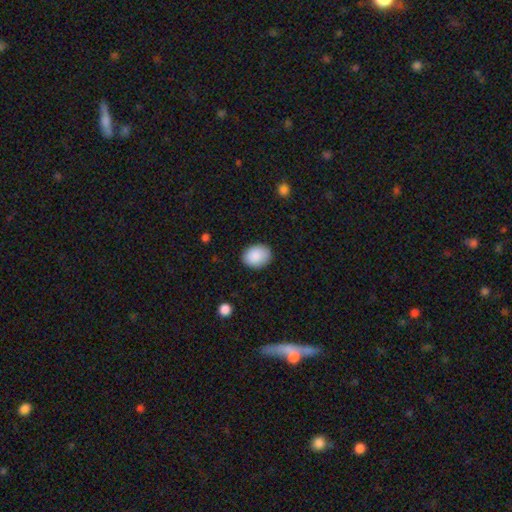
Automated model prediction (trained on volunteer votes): smooth_or_featured: smooth (p=0.89) [alt: star or artifact p=0.07]
how_rounded: in between (p=0.60) [alt: round p=0.39]
merging: none (p=0.86) [alt: minor disturbance p=0.10]